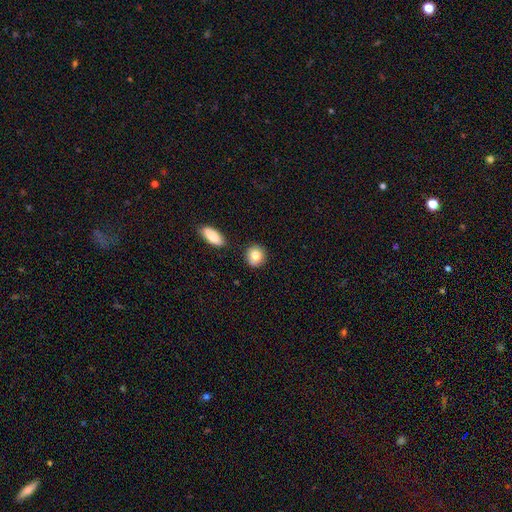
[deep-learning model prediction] The model was most divided on "how rounded": round: 84%, in between: 15%, cigar-shaped: 1%. More confident: merging — none (84%); smooth or featured — smooth (83%).